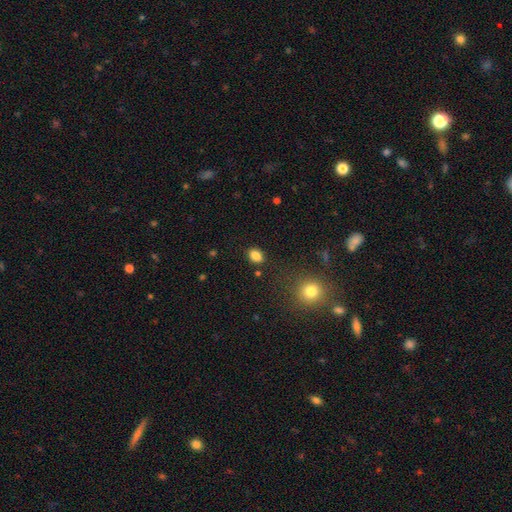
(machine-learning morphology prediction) Q: Smooth or featured?
A: smooth (84%); runner-up: star or artifact (11%)
Q: How rounded?
A: in between (69%); runner-up: round (30%)
Q: Merging?
A: none (85%); runner-up: minor disturbance (10%)